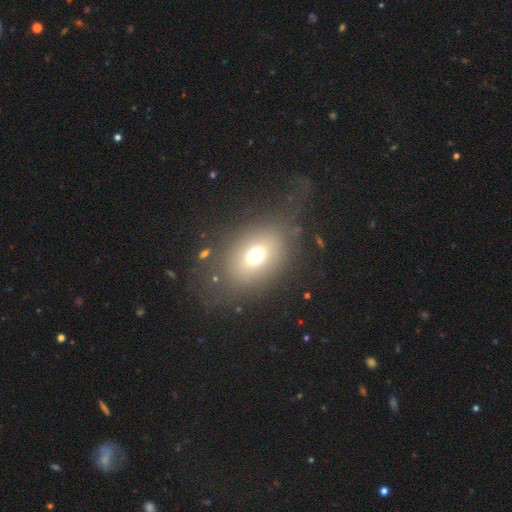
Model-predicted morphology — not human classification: Smooth or featured? smooth (68%)
How rounded? in between (66%)
Merging? none (72%)